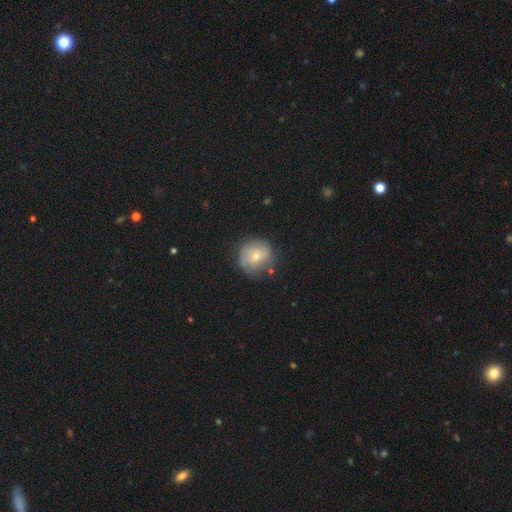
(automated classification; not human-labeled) The model was most divided on "smooth or featured": smooth: 49%, featured or disk: 42%, star or artifact: 9%. More confident: merging — none (71%).